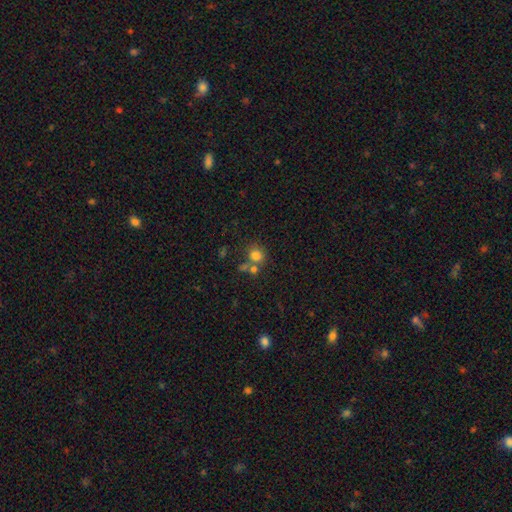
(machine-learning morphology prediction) smooth_or_featured: smooth (p=0.76) [alt: star or artifact p=0.14]
how_rounded: round (p=0.79) [alt: in between p=0.20]
merging: none (p=0.55) [alt: merger p=0.29]